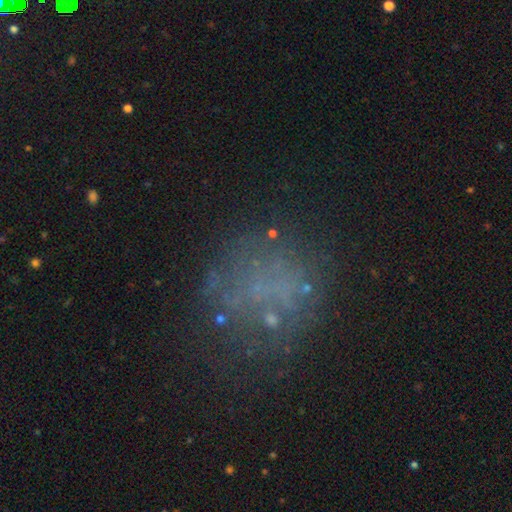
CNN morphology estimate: smooth-or-featured: smooth: 36% | featured or disk: 35% | star or artifact: 29%
  merging: none: 64% | major disturbance: 16% | minor disturbance: 16% | merger: 5%